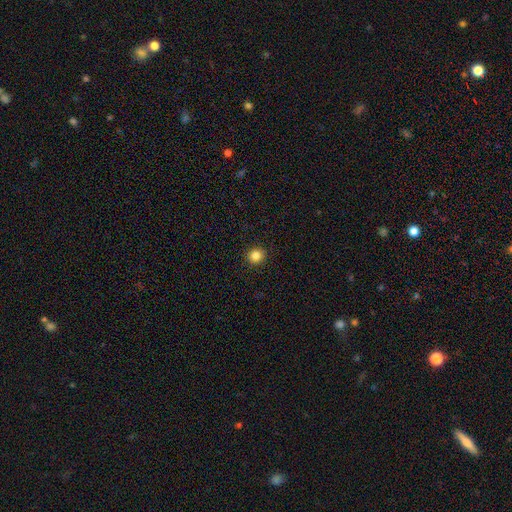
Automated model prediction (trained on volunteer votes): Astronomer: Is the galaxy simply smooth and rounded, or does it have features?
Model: smooth — 85%.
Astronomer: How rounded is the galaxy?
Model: round — 89%.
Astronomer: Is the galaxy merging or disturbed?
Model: none — 92%.